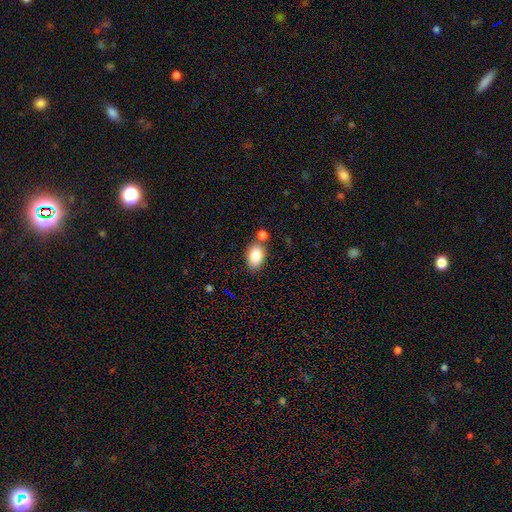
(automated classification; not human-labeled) Smooth or featured?
  - smooth: 86% *
  - star or artifact: 7%
  - featured or disk: 6%
How rounded?
  - in between: 86% *
  - round: 13%
  - cigar-shaped: 1%
Merging?
  - none: 65% *
  - merger: 19%
  - minor disturbance: 13%
  - major disturbance: 3%